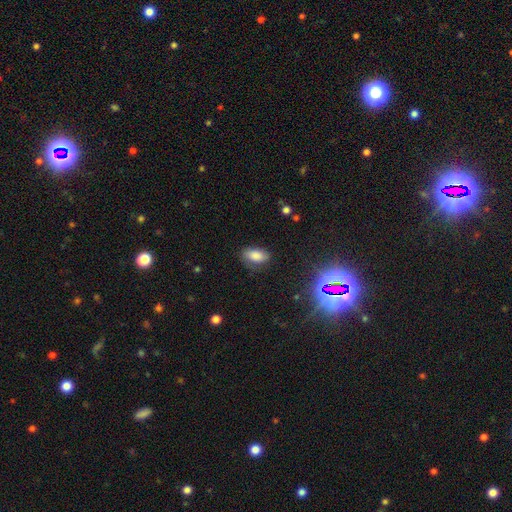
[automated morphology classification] This is clearly a smooth galaxy (81%). How rounded: clearly in between (91%). Merging: likely none (76%).